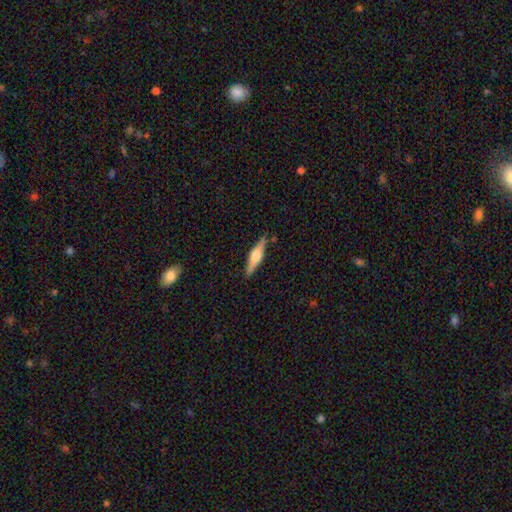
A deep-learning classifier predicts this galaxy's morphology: A featured or disk galaxy (64%) viewed edge-on (97%) with a rounded central bulge (88%). Merging: none (88%).